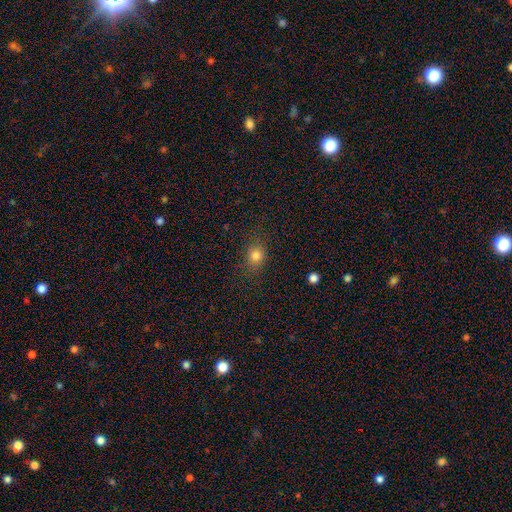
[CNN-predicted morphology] The model was most divided on "how rounded": round: 66%, in between: 33%, cigar-shaped: 2%. More confident: merging — none (80%); smooth or featured — smooth (79%).